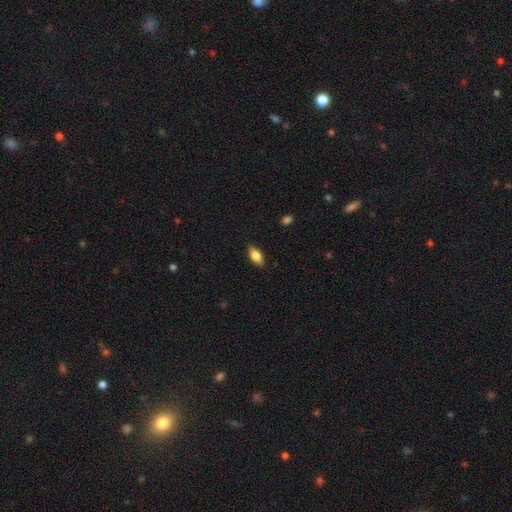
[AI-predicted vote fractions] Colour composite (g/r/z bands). It shows a smooth galaxy with no disk features (78%) that is in between round and cigar-shaped (87%). Merging: none (87%).